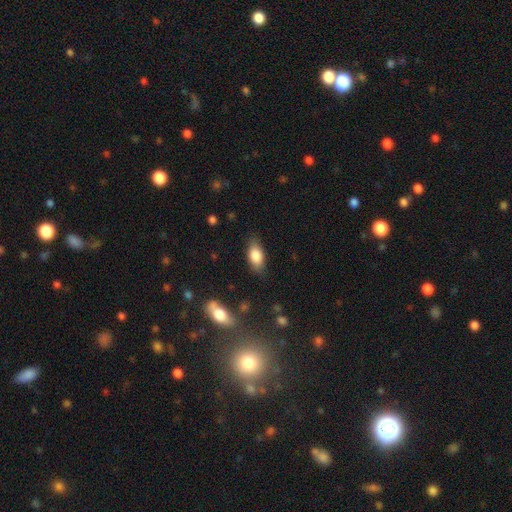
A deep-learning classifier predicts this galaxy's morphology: Smooth or featured? Predicted: smooth (p=0.82). How rounded? Predicted: in between (p=0.89). Merging? Predicted: none (p=0.80).